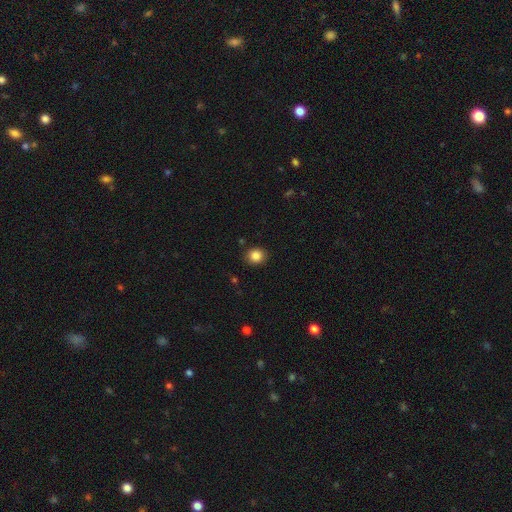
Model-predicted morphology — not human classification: Smooth or featured? Predicted: smooth (p=0.85). How rounded? Predicted: round (p=0.82). Merging? Predicted: none (p=0.89).